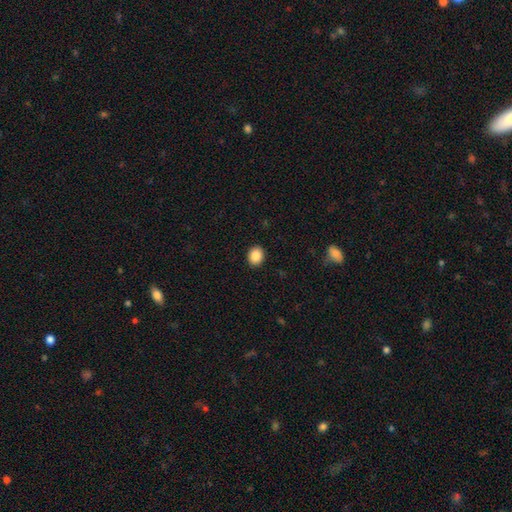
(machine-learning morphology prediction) Smooth or featured? smooth (87%)
How rounded? round (61%)
Merging? none (92%)